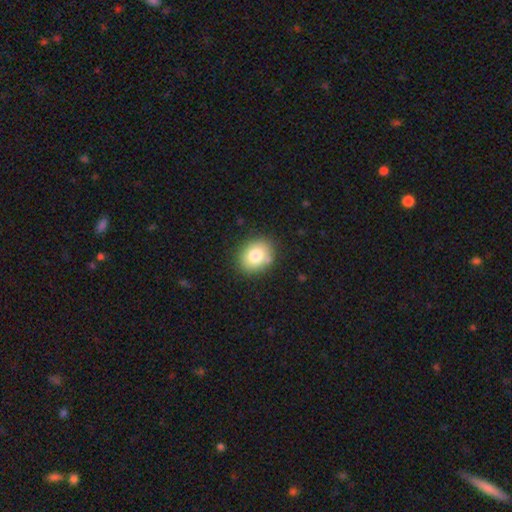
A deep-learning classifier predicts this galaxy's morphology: This appears to be a smooth galaxy with no disk features (80%) that is round (56%). Merging: none (83%).